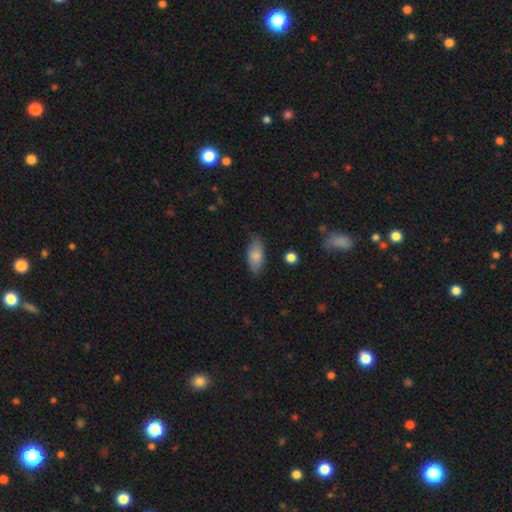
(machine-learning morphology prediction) Overall: smooth (81%). How rounded: in between (88%). Merging: none (77%).